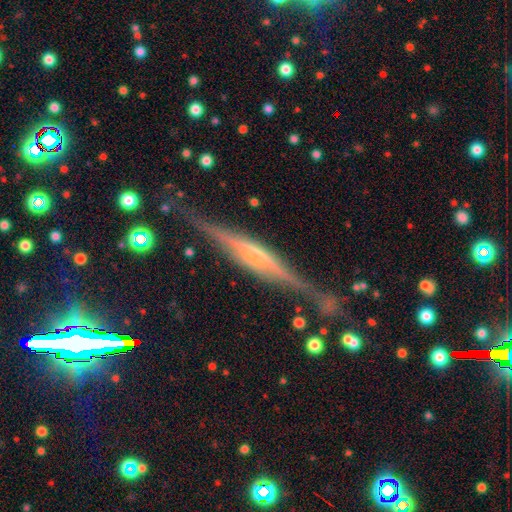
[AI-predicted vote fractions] The model was most divided on "edge-on bulge": rounded: 52%, boxy: 26%, none: 22%. More confident: edge-on disk — yes (97%); smooth or featured — featured or disk (83%); merging — none (80%).